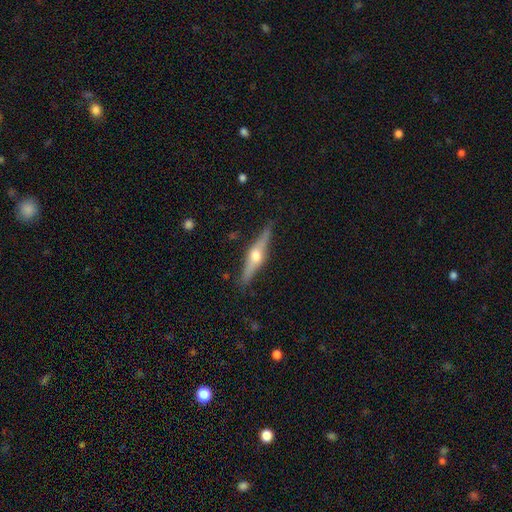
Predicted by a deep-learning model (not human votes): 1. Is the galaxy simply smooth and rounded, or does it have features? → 78% featured or disk, 17% smooth, 6% star or artifact.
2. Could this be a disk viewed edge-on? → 97% yes, 3% no.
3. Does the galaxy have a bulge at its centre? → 95% rounded, 3% boxy, 2% none.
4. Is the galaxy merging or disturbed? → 89% none, 8% minor disturbance, 2% major disturbance, 1% merger.